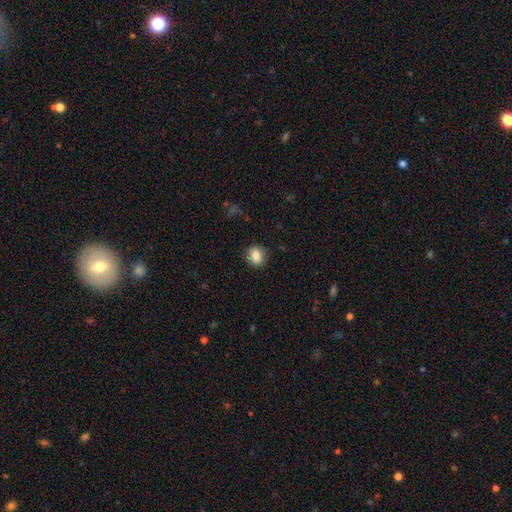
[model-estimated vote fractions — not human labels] Overall: smooth (85%). How rounded: round (63%; in between 36%). Merging: none (87%).